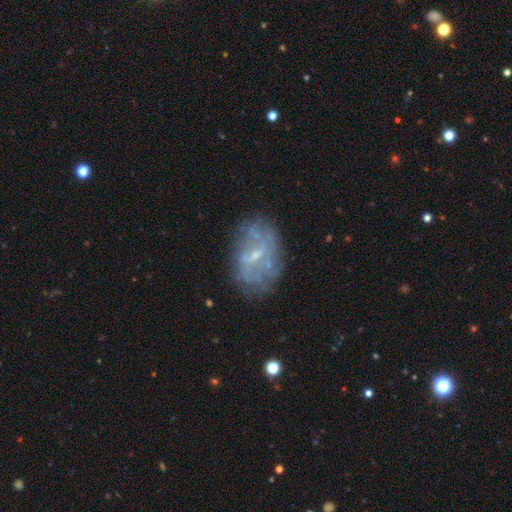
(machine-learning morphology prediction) type=featured or disk (67%); edge-on=no (96%); bar=weak (52%); spiral arms=no (57%); bulge=small (59%); merging=none (61%).